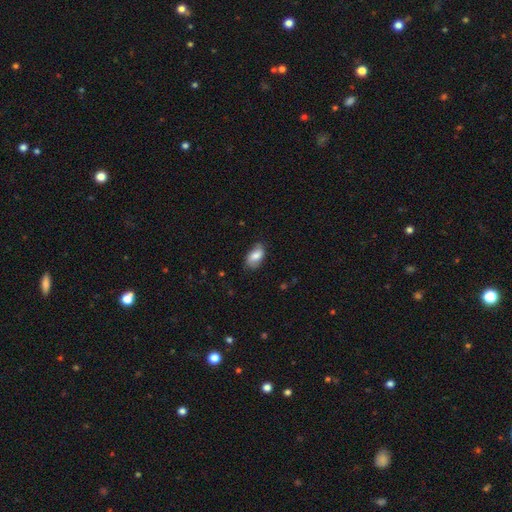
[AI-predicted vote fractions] smooth-or-featured: smooth: 73% | featured or disk: 20% | star or artifact: 7%
  how-rounded: in between: 91% | round: 6% | cigar-shaped: 3%
  merging: none: 69% | minor disturbance: 24% | major disturbance: 6% | merger: 1%